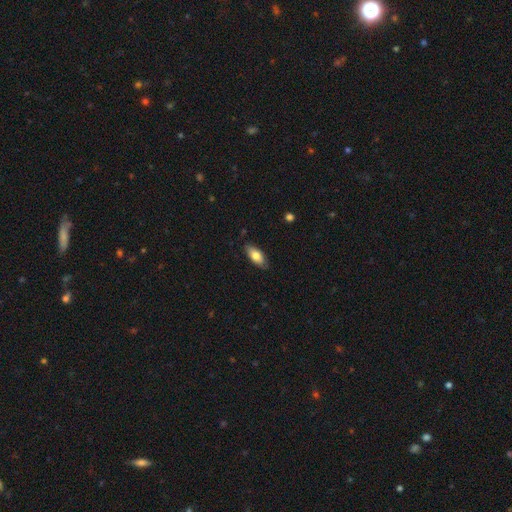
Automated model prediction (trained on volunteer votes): A smooth galaxy with no disk features (75%) that is in between round and cigar-shaped (87%).

Vote fractions:
- Smooth or featured? smooth: 75% / featured or disk: 19% / star or artifact: 6%
- How rounded? in between: 87% / cigar-shaped: 10% / round: 3%
- Merging? none: 83% / minor disturbance: 14% / major disturbance: 2% / merger: 1%